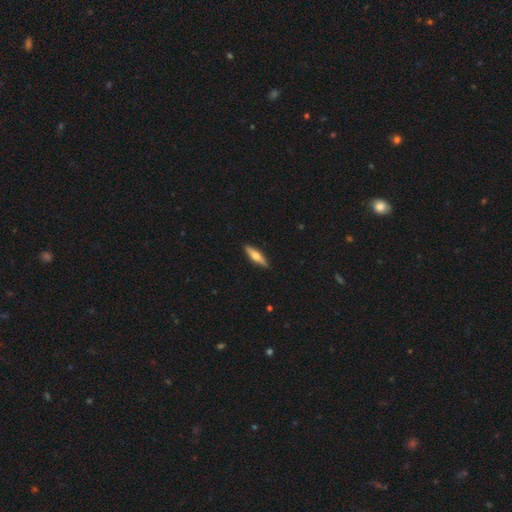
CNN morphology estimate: smooth-or-featured: smooth: 52% | featured or disk: 43% | star or artifact: 5%
  how-rounded: cigar-shaped: 74% | in between: 24% | round: 2%
  merging: none: 90% | minor disturbance: 7% | major disturbance: 2% | merger: 1%